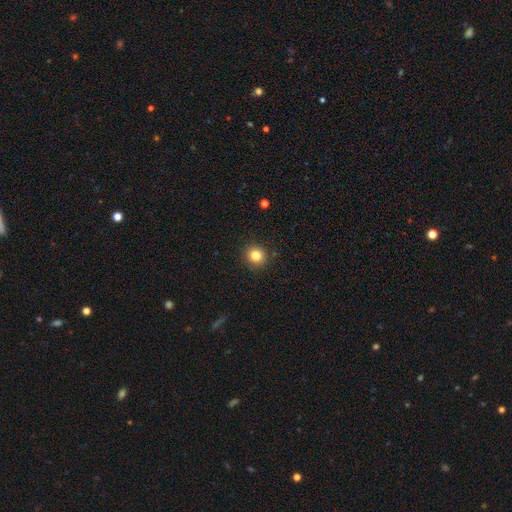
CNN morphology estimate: Smooth or featured? Predicted: smooth (p=0.82). How rounded? Predicted: round (p=0.91). Merging? Predicted: none (p=0.91).